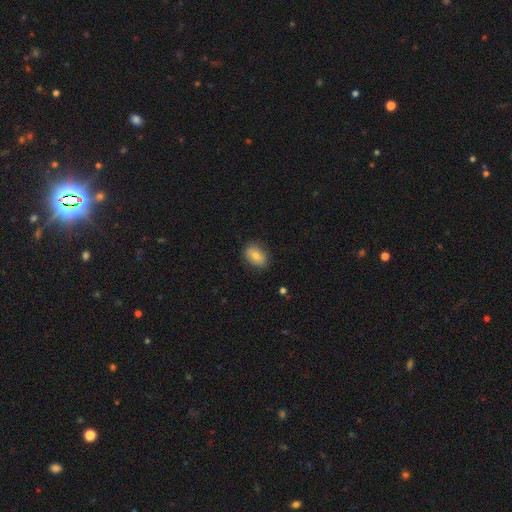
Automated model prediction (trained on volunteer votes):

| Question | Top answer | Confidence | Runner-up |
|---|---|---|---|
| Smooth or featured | smooth | 74% | featured or disk (18%) |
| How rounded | in between | 82% | round (16%) |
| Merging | none | 82% | minor disturbance (14%) |